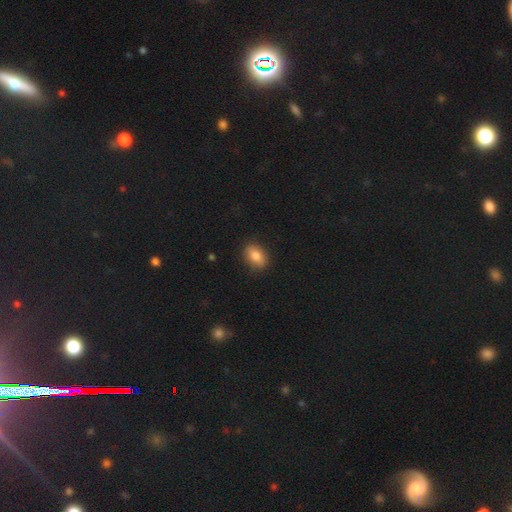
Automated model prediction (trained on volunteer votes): Smooth or featured: smooth — 83% (featured or disk — 9%)
How rounded: in between — 81% (round — 17%)
Merging: none — 85% (minor disturbance — 11%)